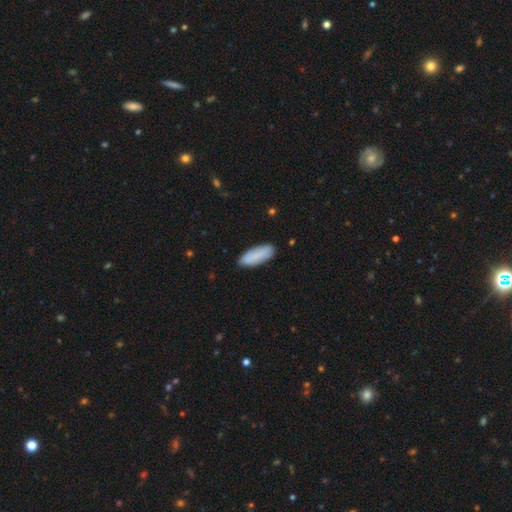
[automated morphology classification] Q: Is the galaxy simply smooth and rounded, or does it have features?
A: smooth — 81%.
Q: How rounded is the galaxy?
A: in between — 71%.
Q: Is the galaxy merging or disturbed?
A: none — 84%.